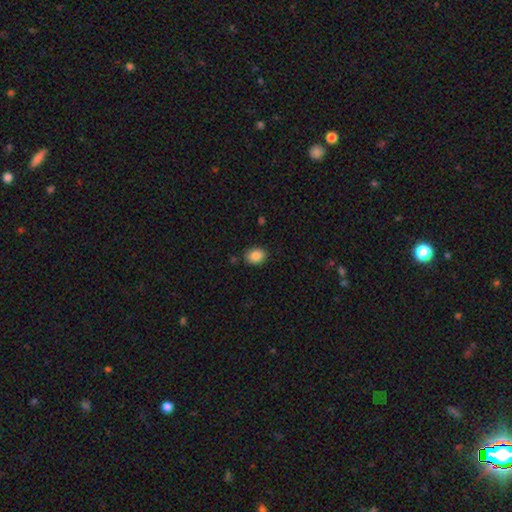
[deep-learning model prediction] Overall: smooth (86%). How rounded: in between (61%; round 38%). Merging: none (85%).